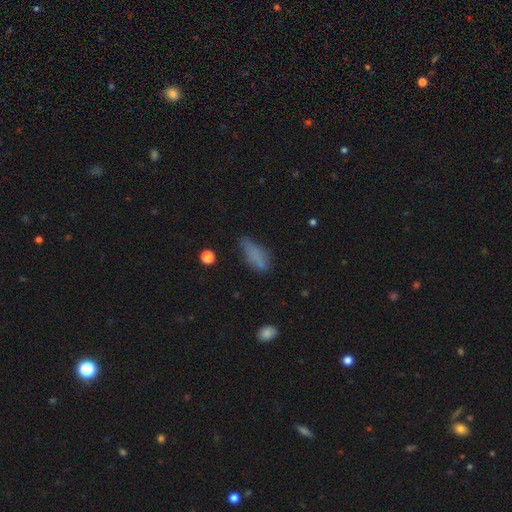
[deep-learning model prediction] This is likely a smooth galaxy (73%). How rounded: likely in between (62%). Merging: possibly none (52%).